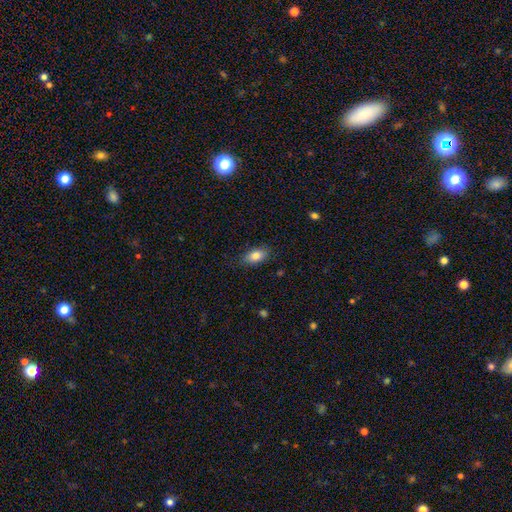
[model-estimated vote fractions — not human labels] The model was most divided on "merging": none: 82%, minor disturbance: 14%, major disturbance: 3%, merger: 1%. More confident: how rounded — in between (89%); smooth or featured — smooth (83%).